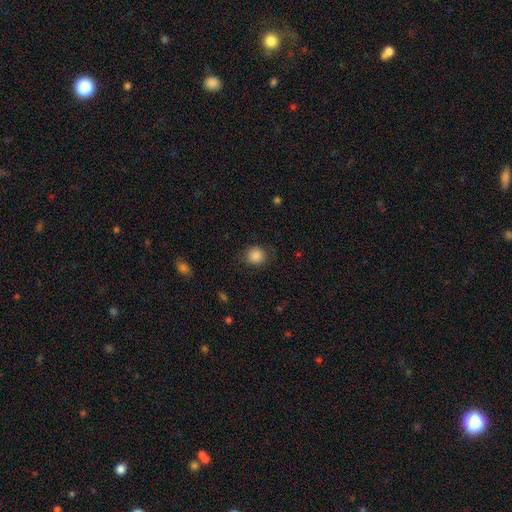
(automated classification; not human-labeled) This appears to be a smooth galaxy with no disk features (87%) that is round (85%). Merging: none (83%).